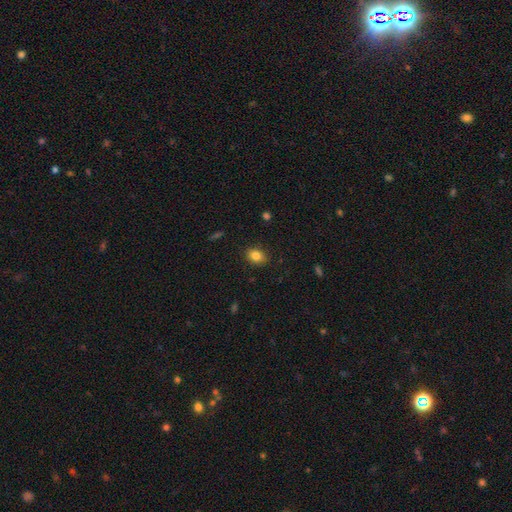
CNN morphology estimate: type=smooth (84%); roundness=in between (65%); merging=none (87%).